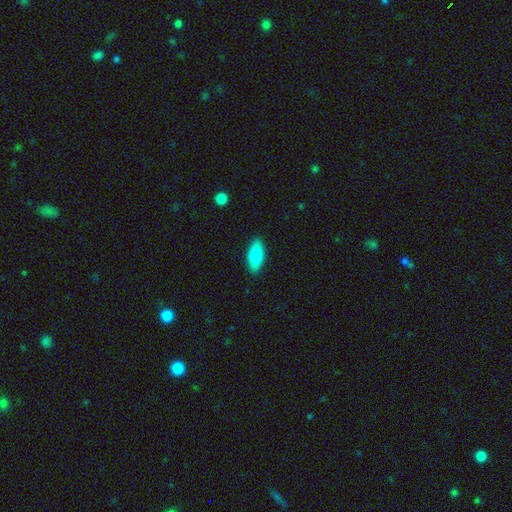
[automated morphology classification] This appears to be a smooth galaxy with no disk features (81%) that is in between round and cigar-shaped (81%). Merging: none (89%).